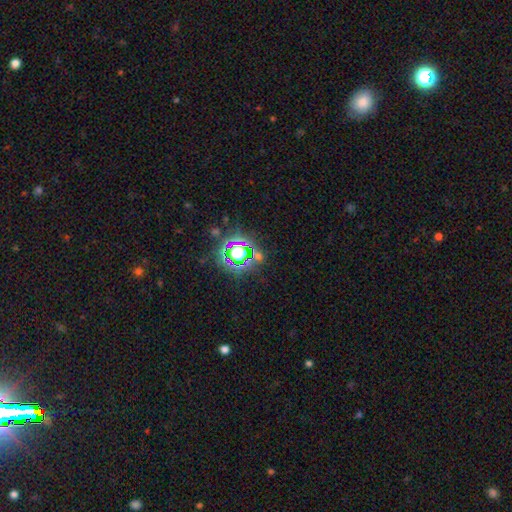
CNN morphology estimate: Smooth or featured? Predicted: star or artifact (p=0.76).